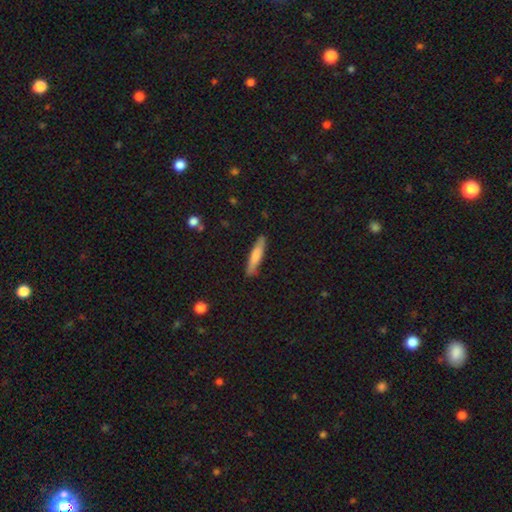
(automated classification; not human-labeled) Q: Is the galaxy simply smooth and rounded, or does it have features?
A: smooth — 74%.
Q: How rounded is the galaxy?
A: cigar-shaped — 88%.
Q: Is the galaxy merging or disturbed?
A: none — 89%.